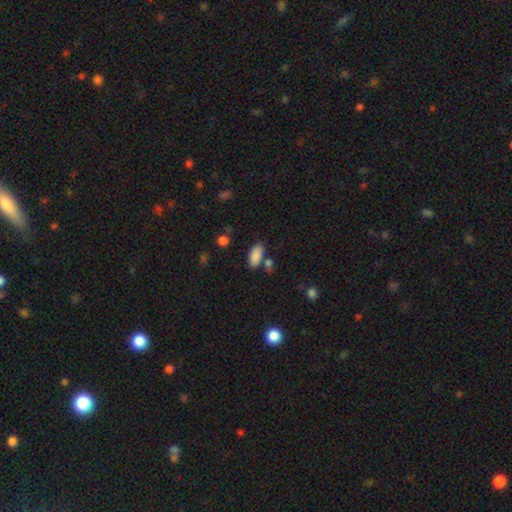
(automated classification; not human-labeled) Overall: smooth (87%). How rounded: in between (90%). Merging: none (71%).